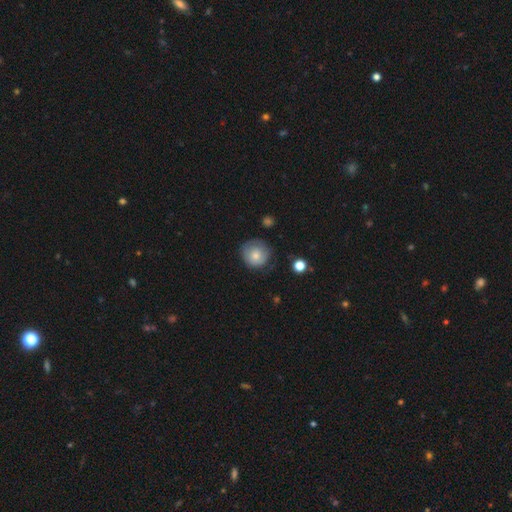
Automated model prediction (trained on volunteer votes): Overall: smooth (72%). How rounded: round (91%). Merging: none (70%).